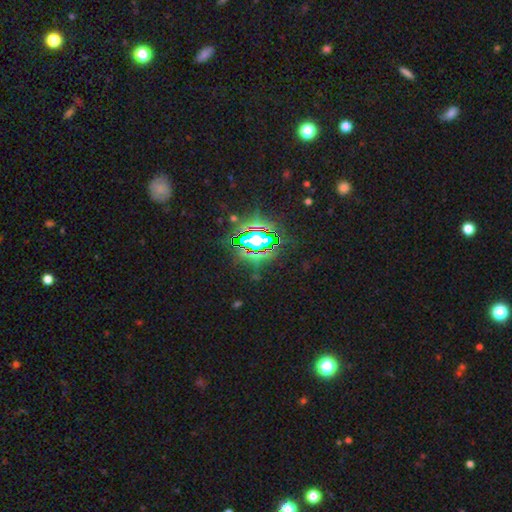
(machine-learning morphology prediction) smooth_or_featured: star or artifact (p=0.80) [alt: smooth p=0.11]